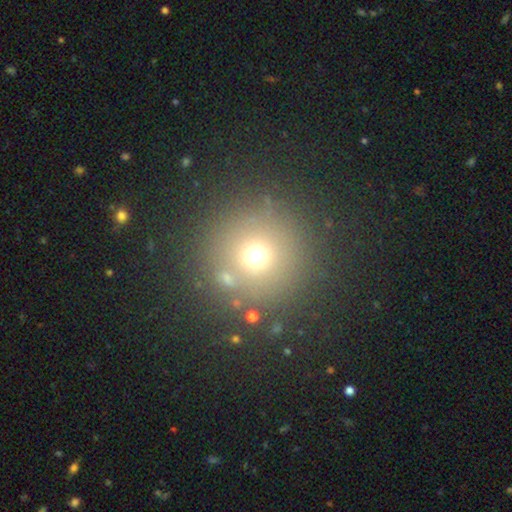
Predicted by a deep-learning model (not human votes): A smooth galaxy with no disk features (65%) that is round (95%). Merging: none (82%).